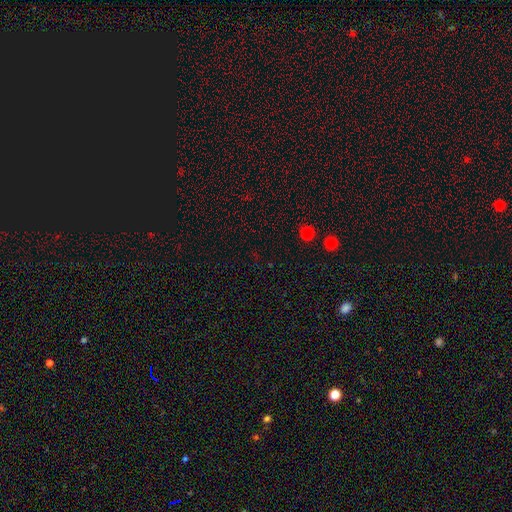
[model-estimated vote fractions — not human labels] Overall: star or artifact (64%; smooth 29%).